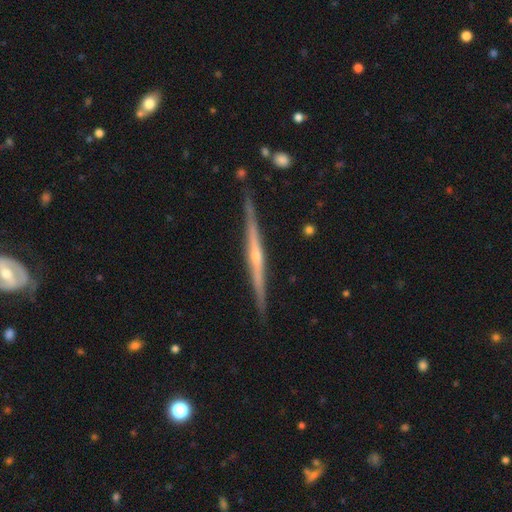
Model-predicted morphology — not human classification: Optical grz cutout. It shows a featured or disk galaxy (84%) viewed edge-on (98%) with a rounded central bulge (71%). Merging: none (90%).